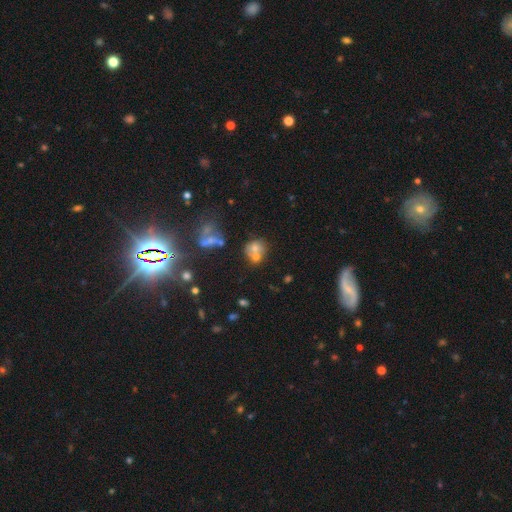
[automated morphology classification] A smooth galaxy with no disk features (57%) that is round (73%).

Vote fractions:
- Smooth or featured? smooth: 57% / featured or disk: 21% / star or artifact: 21%
- How rounded? round: 73% / in between: 26% / cigar-shaped: 2%
- Merging? merger: 49% / none: 37% / minor disturbance: 9% / major disturbance: 5%